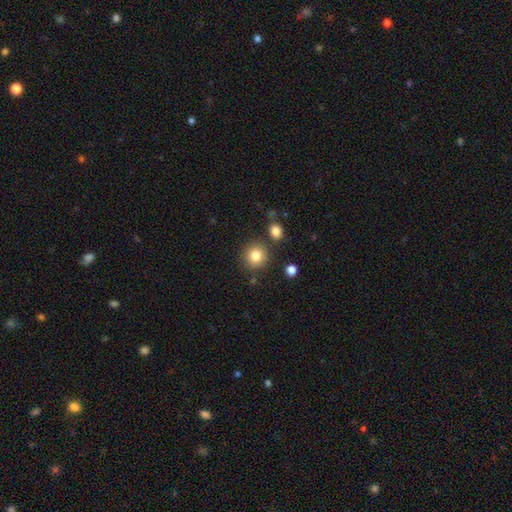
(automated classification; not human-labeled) Overall: smooth (83%). How rounded: round (91%). Merging: none (83%).